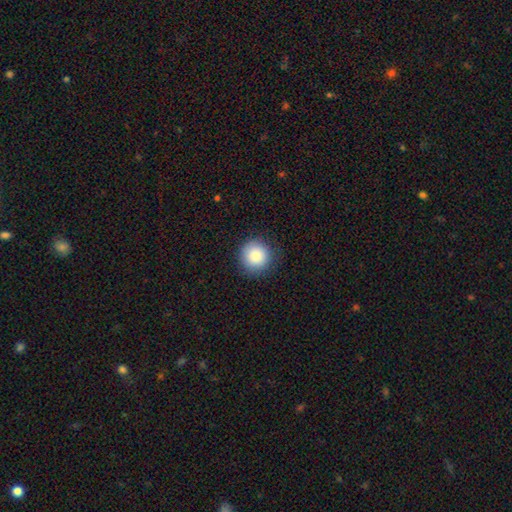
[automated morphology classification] smooth_or_featured: smooth (p=0.86) [alt: star or artifact p=0.09]
how_rounded: round (p=0.94) [alt: in between p=0.05]
merging: none (p=0.88) [alt: minor disturbance p=0.08]